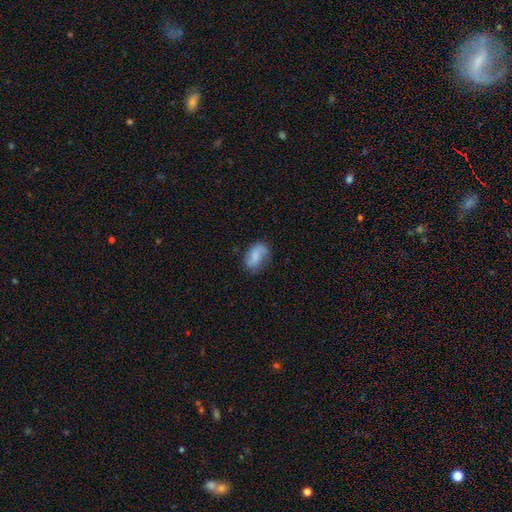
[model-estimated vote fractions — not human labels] This appears to be a smooth galaxy with no disk features (60%) that is in between round and cigar-shaped (87%). Merging: none (57%).